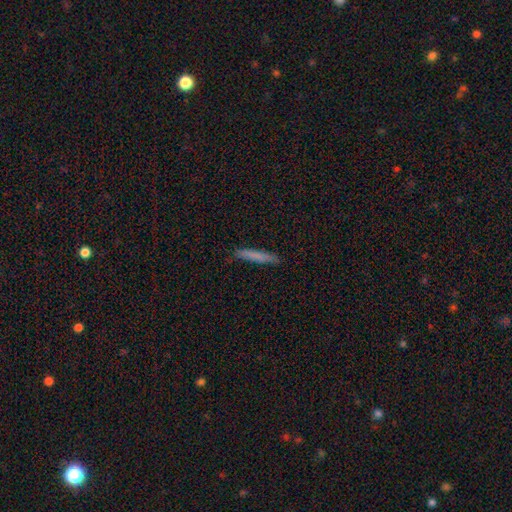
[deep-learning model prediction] Morphology: type=smooth (76%); roundness=cigar-shaped (94%); merging=none (84%).